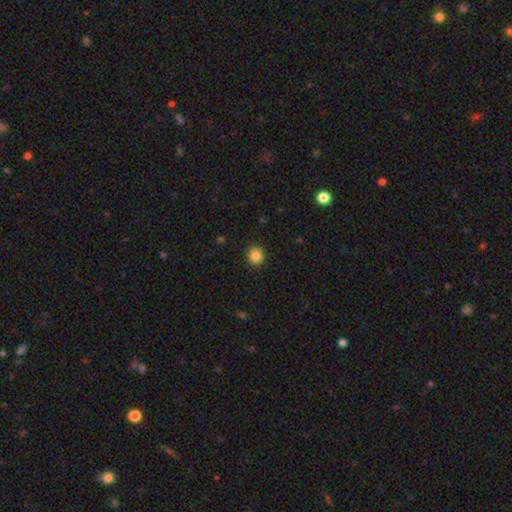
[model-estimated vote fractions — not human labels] Morphology: type=smooth (86%); roundness=round (89%); merging=none (91%).